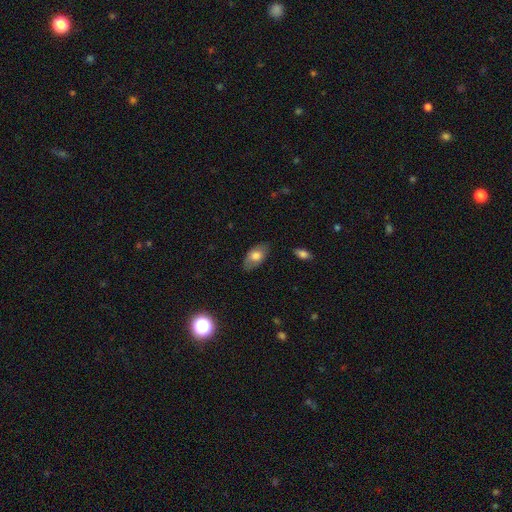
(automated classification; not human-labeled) A smooth galaxy with no disk features (74%) that is in between round and cigar-shaped (92%). Merging: none (77%).